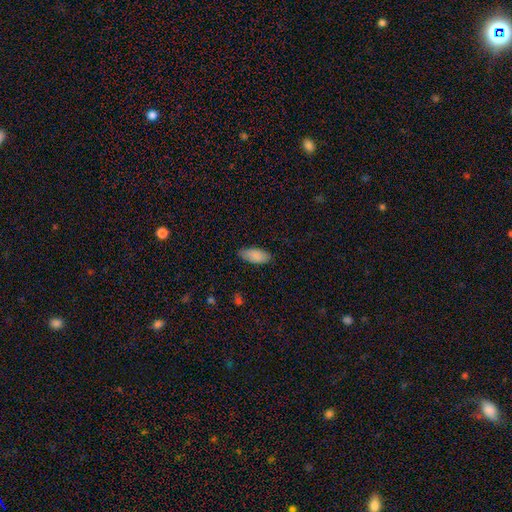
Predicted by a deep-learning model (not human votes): smooth 88%, star or artifact 6%, featured or disk 5%. Down the decision tree: how rounded — in between (88%); merging — none (82%).